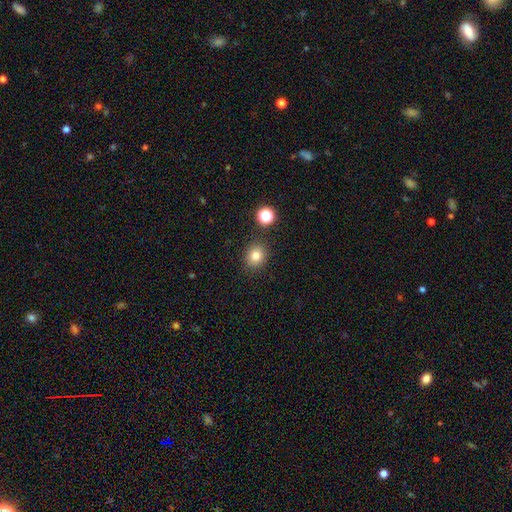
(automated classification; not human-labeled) smooth 80%, star or artifact 13%, featured or disk 7%. Down the decision tree: how rounded — round (71%); merging — none (86%).